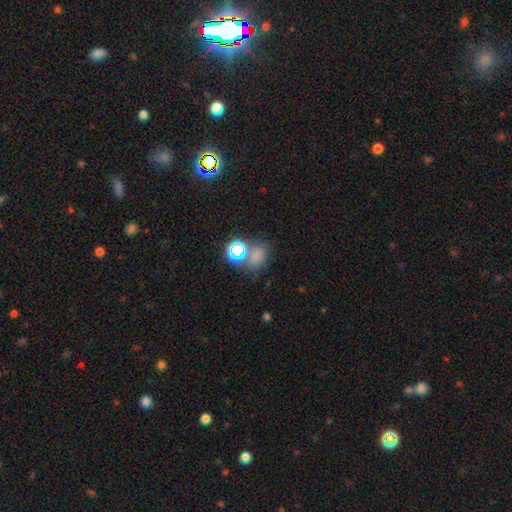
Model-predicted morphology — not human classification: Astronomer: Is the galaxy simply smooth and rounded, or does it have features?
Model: smooth — 57% (runner-up: star or artifact, 34%).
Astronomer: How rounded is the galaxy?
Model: in between — 56% (runner-up: round, 42%).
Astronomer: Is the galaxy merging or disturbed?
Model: none — 57%.